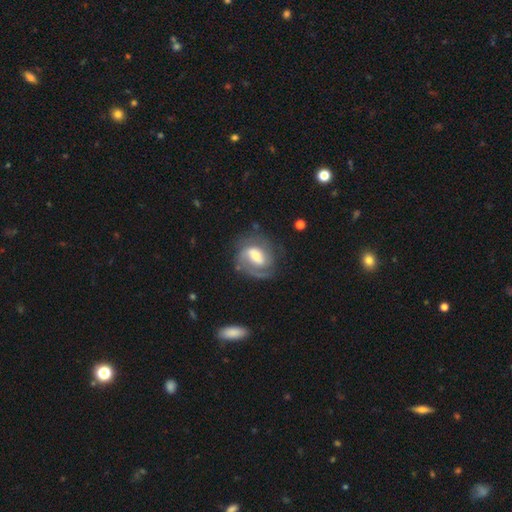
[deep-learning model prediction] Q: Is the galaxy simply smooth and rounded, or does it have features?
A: featured or disk — 79%.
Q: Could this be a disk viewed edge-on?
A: no — 97%.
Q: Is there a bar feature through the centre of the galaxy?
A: weak — 48%.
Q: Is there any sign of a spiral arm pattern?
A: yes — 92%.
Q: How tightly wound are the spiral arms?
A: tight — 43%.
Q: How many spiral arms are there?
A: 2 — 54%.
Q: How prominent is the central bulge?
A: moderate — 55%.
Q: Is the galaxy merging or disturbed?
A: none — 65%.